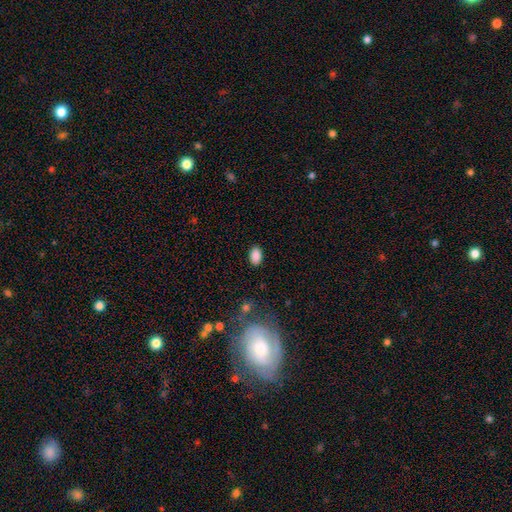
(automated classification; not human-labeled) Smooth or featured?
  - smooth: 88% *
  - star or artifact: 8%
  - featured or disk: 3%
How rounded?
  - in between: 90% *
  - round: 8%
  - cigar-shaped: 2%
Merging?
  - none: 87% *
  - minor disturbance: 9%
  - major disturbance: 2%
  - merger: 1%